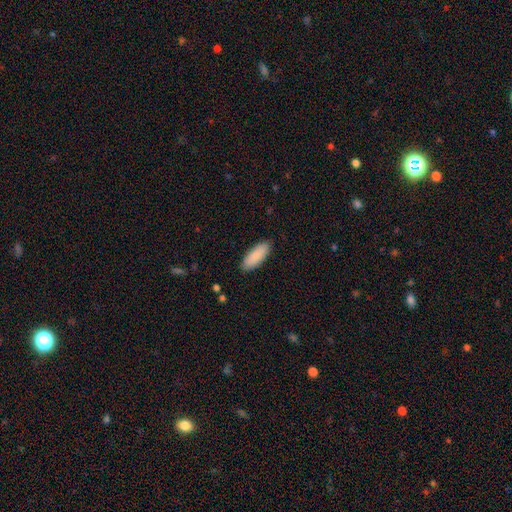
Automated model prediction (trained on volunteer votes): Morphology: type=smooth (90%); roundness=in between (72%); merging=none (90%).